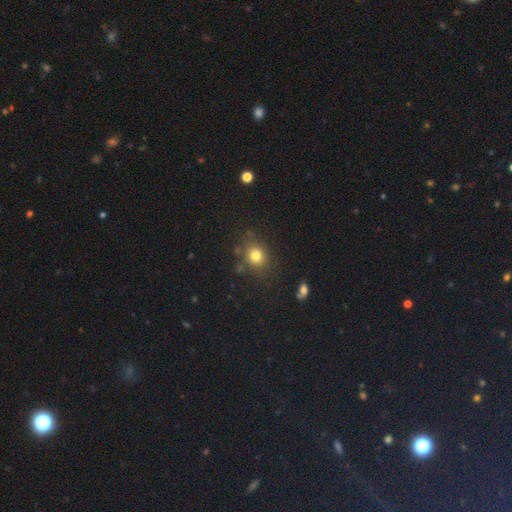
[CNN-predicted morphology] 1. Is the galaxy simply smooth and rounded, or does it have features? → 78% smooth, 14% star or artifact, 8% featured or disk.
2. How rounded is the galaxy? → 72% round, 27% in between, 1% cigar-shaped.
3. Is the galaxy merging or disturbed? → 80% none, 12% minor disturbance, 4% merger, 4% major disturbance.